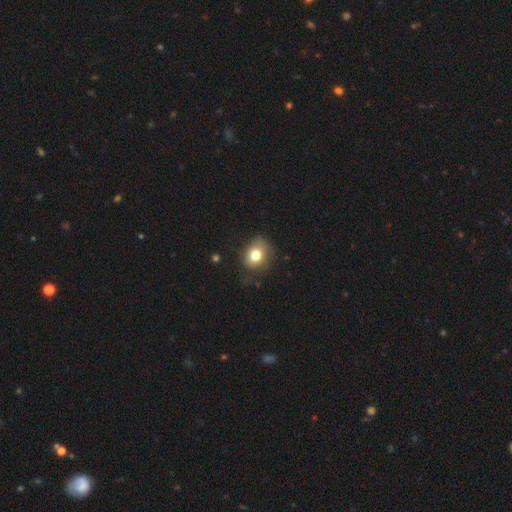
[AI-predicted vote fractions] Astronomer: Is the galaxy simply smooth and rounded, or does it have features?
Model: smooth — 77%.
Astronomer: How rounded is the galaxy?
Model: round — 60% (runner-up: in between, 39%).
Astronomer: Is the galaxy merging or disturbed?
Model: none — 66%.